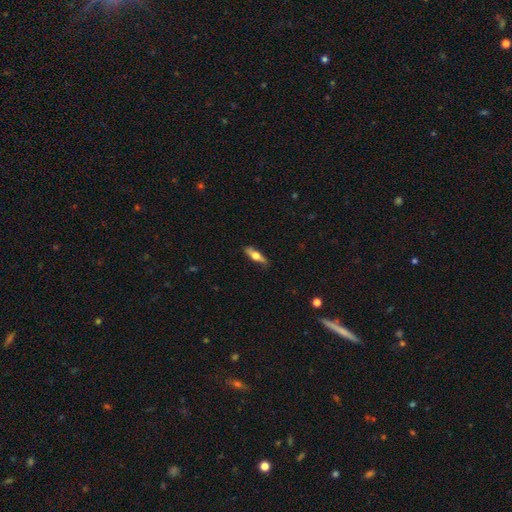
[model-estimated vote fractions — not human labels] Smooth or featured: smooth — 48% (featured or disk — 46%)
Merging: none — 85% (minor disturbance — 11%)